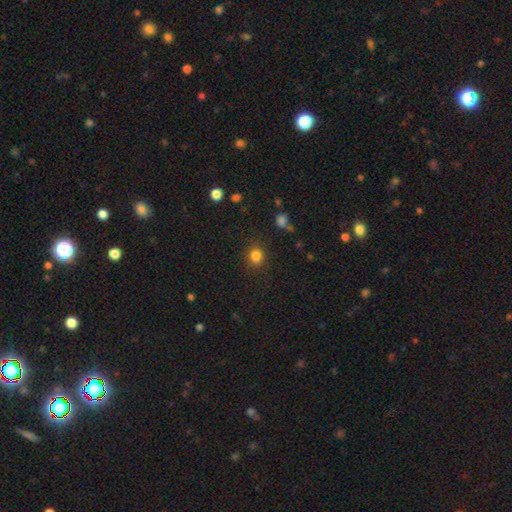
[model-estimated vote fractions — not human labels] smooth_or_featured: smooth (p=0.83) [alt: star or artifact p=0.13]
how_rounded: round (p=0.77) [alt: in between p=0.22]
merging: none (p=0.85) [alt: minor disturbance p=0.10]